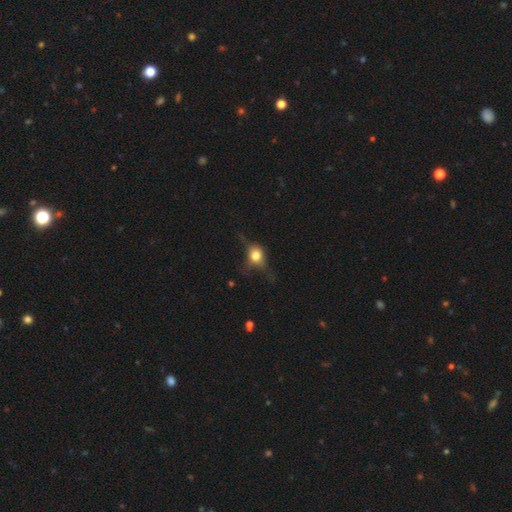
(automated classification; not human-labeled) This appears to be a smooth galaxy with no disk features (58%) that is round (64%). Merging: none (47%).